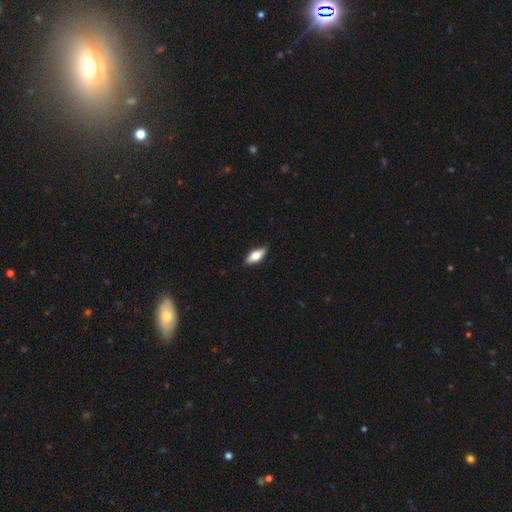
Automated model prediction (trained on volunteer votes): Morphology: type=smooth (62%); roundness=in between (73%); merging=none (88%).